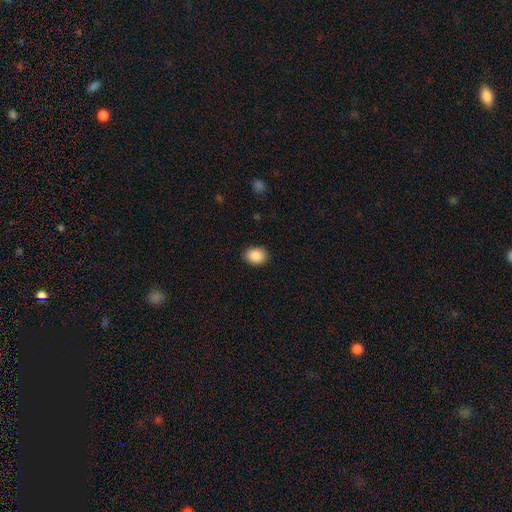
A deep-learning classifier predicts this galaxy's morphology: smooth_or_featured: smooth (p=0.89) [alt: star or artifact p=0.08]
how_rounded: in between (p=0.63) [alt: round p=0.36]
merging: none (p=0.85) [alt: minor disturbance p=0.12]